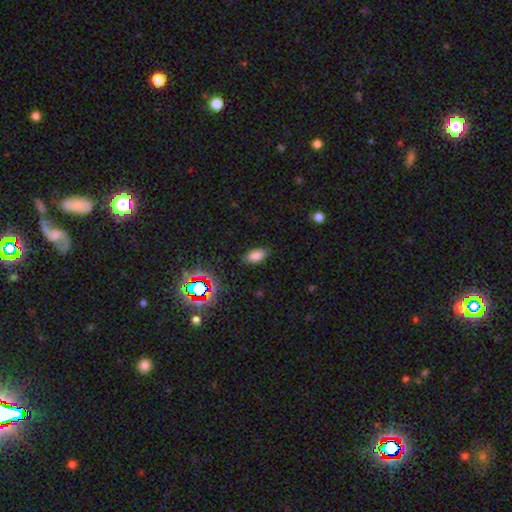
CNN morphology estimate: Smooth or featured? Predicted: smooth (p=0.77). How rounded? Predicted: in between (p=0.91). Merging? Predicted: none (p=0.85).